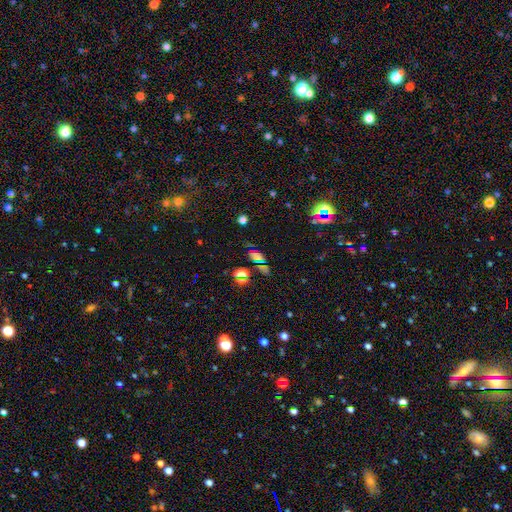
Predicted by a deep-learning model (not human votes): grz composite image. It shows a smooth galaxy with no disk features (42%). Merging: none (64%).